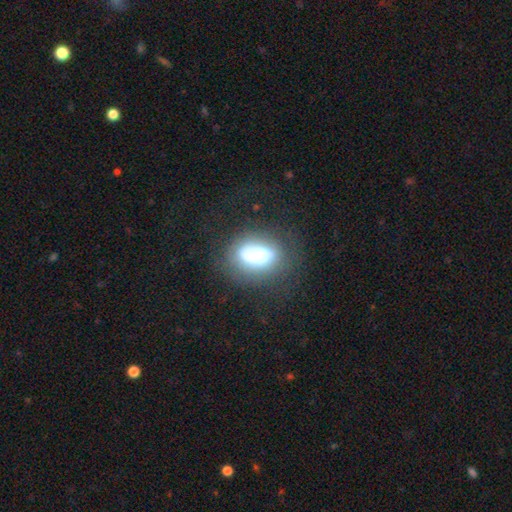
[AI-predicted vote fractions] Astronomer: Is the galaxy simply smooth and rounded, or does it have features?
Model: featured or disk — 52% (runner-up: smooth, 37%).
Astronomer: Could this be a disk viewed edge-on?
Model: no — 95%.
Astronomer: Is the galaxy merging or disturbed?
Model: none — 68%.